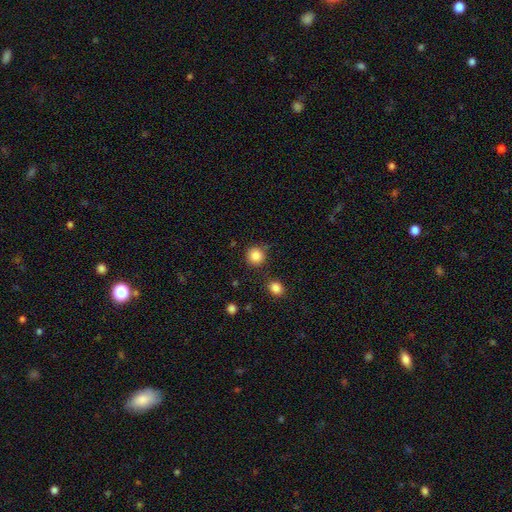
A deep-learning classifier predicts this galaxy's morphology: This appears to be a smooth galaxy with no disk features (86%) that is round (92%). Merging: none (83%).